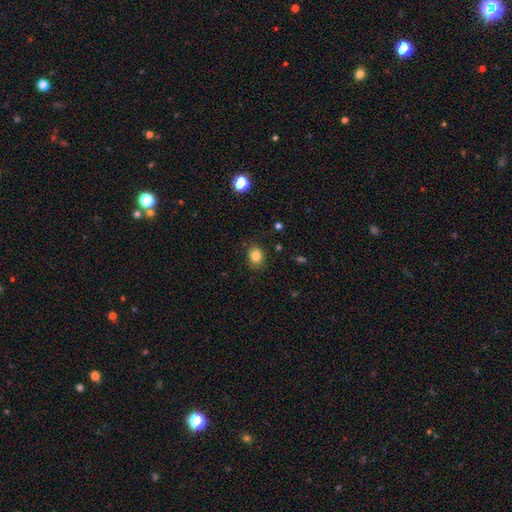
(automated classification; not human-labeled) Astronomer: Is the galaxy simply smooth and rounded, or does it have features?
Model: smooth — 83%.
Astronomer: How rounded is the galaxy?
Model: round — 53% (runner-up: in between, 46%).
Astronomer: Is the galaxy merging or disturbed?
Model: none — 86%.